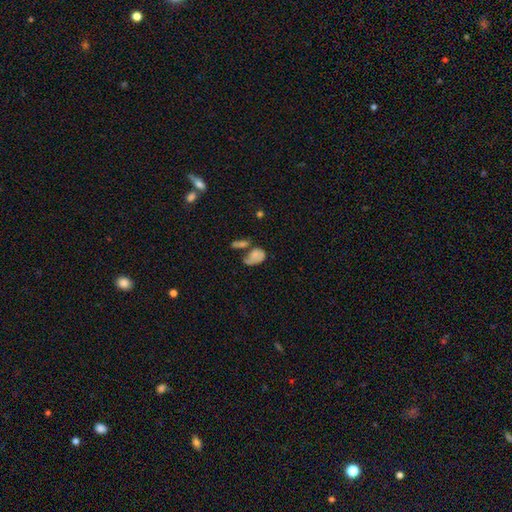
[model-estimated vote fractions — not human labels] Smooth or featured? Predicted: smooth (p=0.68). How rounded? Predicted: in between (p=0.82). Merging? Predicted: merger (p=0.36).